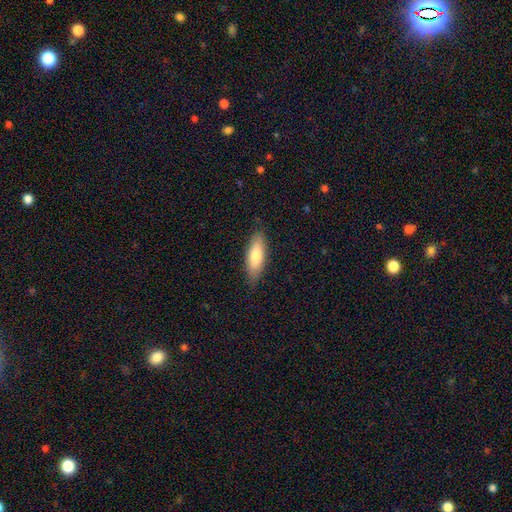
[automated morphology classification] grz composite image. It shows a smooth galaxy with no disk features (76%) that is in between round and cigar-shaped (57%). Merging: none (84%).